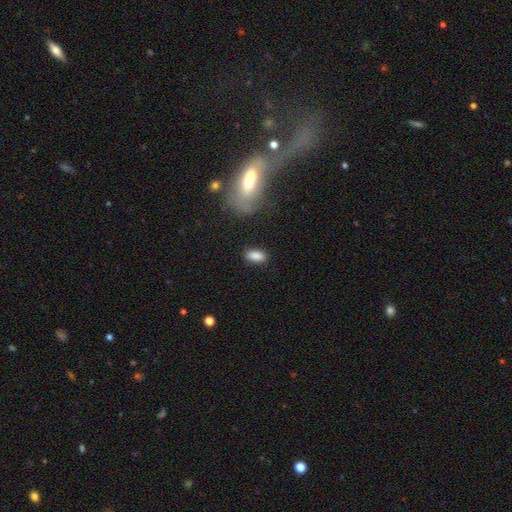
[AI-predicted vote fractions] This appears to be a smooth galaxy with no disk features (87%) that is in between round and cigar-shaped (88%). Merging: none (85%).